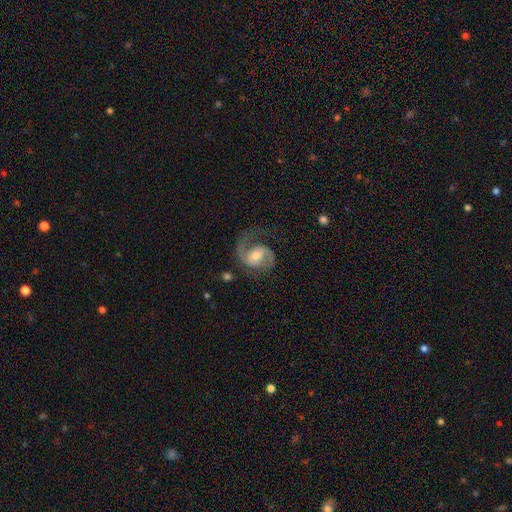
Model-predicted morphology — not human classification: This appears to be a featured or disk galaxy (85%) with a weak bar (44%), 2 (78%) medium (52%) spiral arms (96%) and a moderate central bulge (54%). Merging: none (61%).